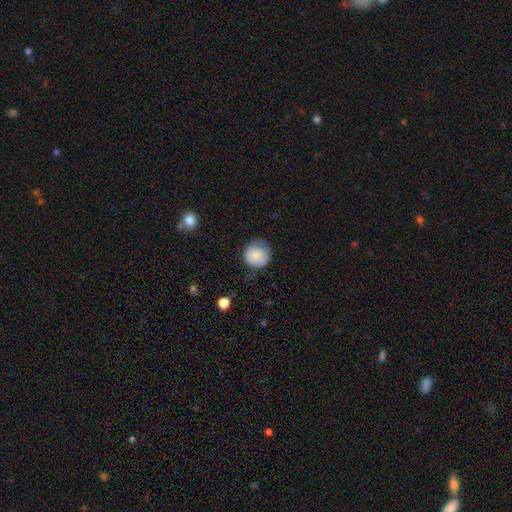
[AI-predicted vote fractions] Smooth or featured? Predicted: smooth (p=0.81). How rounded? Predicted: round (p=0.91). Merging? Predicted: none (p=0.63).